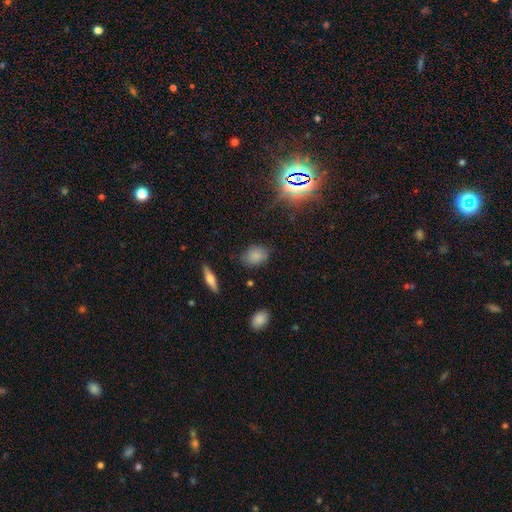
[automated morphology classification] This appears to be a smooth galaxy with no disk features (78%) that is in between round and cigar-shaped (76%). Merging: none (78%).